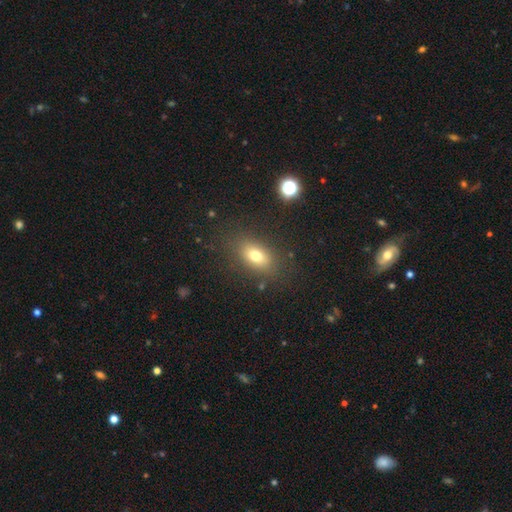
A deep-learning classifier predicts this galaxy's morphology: This is likely a smooth galaxy (74%). How rounded: clearly in between (82%). Merging: clearly none (82%).